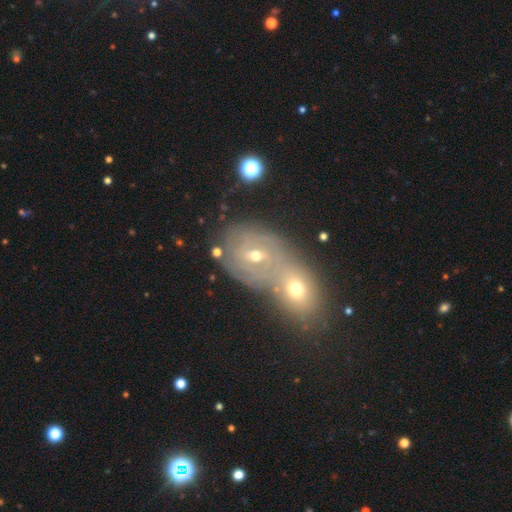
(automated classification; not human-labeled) Overall: featured or disk (61%; smooth 22%). Edge-on disk: no (94%). Bar: no (58%; weak 33%). Spiral arms: yes (79%). Bulge size: small (53%; moderate 42%). Merging: merger (52%; none 36%).